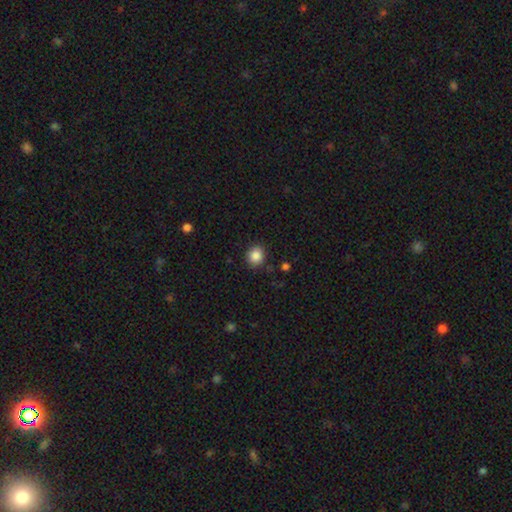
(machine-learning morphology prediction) Smooth or featured?
  - smooth: 86% *
  - star or artifact: 10%
  - featured or disk: 4%
How rounded?
  - round: 77% *
  - in between: 22%
  - cigar-shaped: 1%
Merging?
  - none: 87% *
  - minor disturbance: 9%
  - major disturbance: 2%
  - merger: 2%